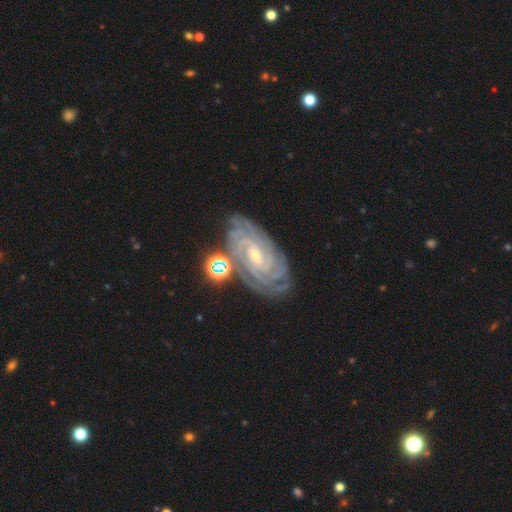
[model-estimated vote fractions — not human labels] Smooth or featured: featured or disk — 90% (star or artifact — 6%)
Edge-on disk: no — 97% (yes — 3%)
Bar: no — 45% (weak — 38%)
Spiral arms: yes — 99% (no — 1%)
Spiral winding: tight — 84% (medium — 14%)
Spiral arm count: 4 — 32% (more than 4 — 19%)
Bulge size: small — 69% (moderate — 28%)
Merging: none — 73% (minor disturbance — 15%)